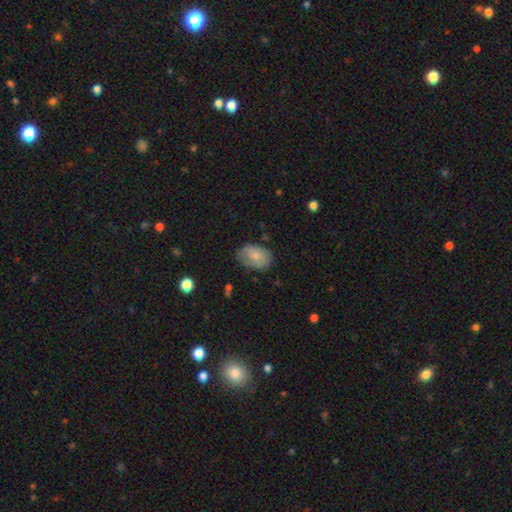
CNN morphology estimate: Overall: smooth (73%). How rounded: in between (82%). Merging: none (69%).